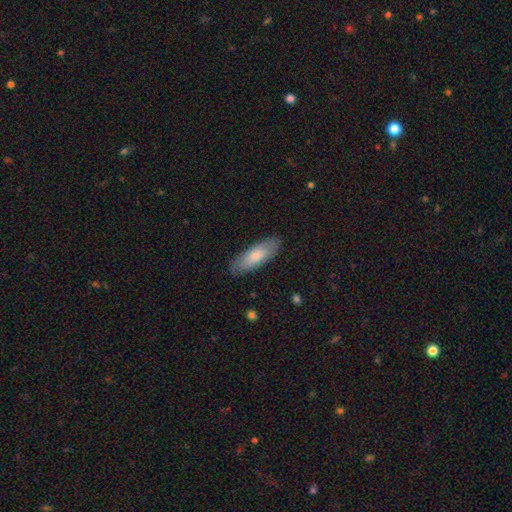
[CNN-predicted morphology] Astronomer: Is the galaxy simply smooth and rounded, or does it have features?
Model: smooth — 80%.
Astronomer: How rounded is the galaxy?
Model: in between — 58% (runner-up: cigar-shaped, 41%).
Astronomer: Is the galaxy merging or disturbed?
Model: none — 86%.